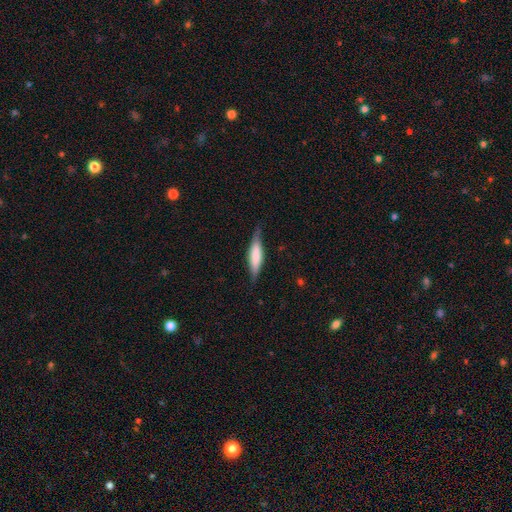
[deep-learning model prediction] This is possibly a smooth galaxy (60%). How rounded: likely cigar-shaped (74%). Merging: likely none (78%).